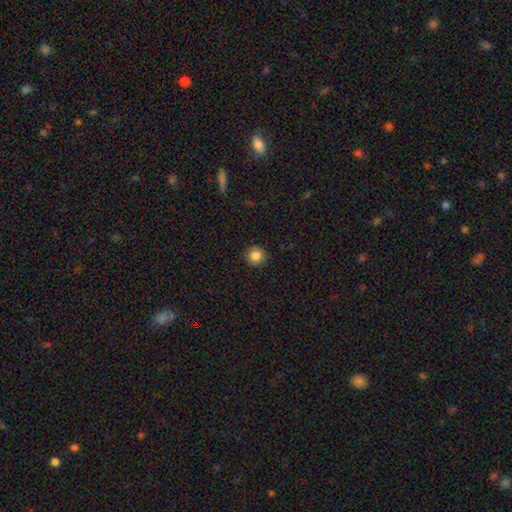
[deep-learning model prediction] smooth_or_featured: smooth (p=0.85) [alt: star or artifact p=0.10]
how_rounded: round (p=0.95) [alt: in between p=0.04]
merging: none (p=0.92) [alt: minor disturbance p=0.06]